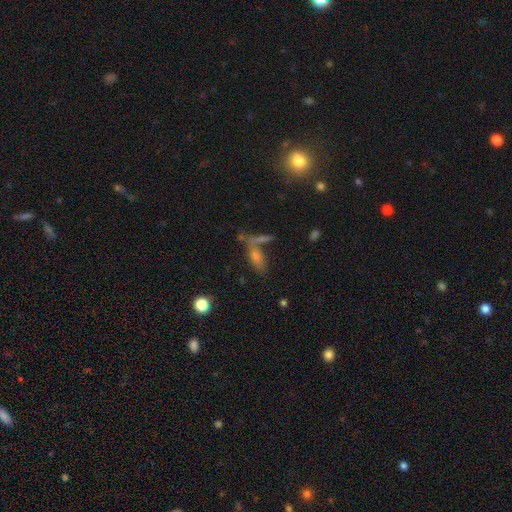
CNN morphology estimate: The model was most divided on "how rounded": in between: 52%, cigar-shaped: 42%, round: 7%. More confident: smooth or featured — smooth (56%); merging — none (55%).